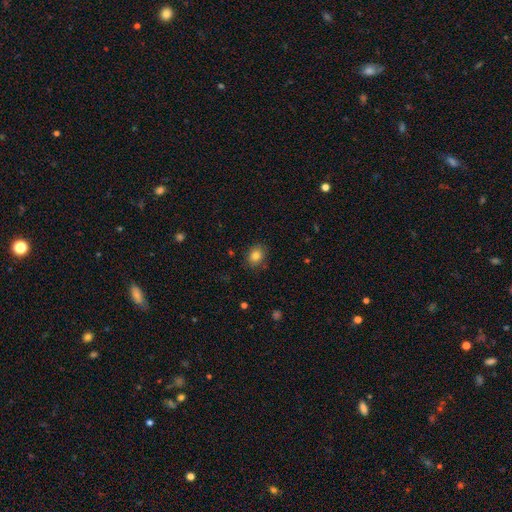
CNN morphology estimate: Smooth or featured? smooth (82%)
How rounded? round (55%)
Merging? none (86%)